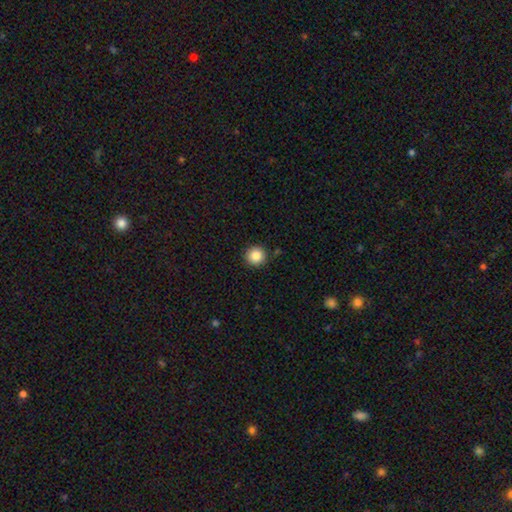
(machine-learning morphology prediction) The model was most divided on "smooth or featured": smooth: 87%, star or artifact: 9%, featured or disk: 4%. More confident: how rounded — round (95%); merging — none (90%).